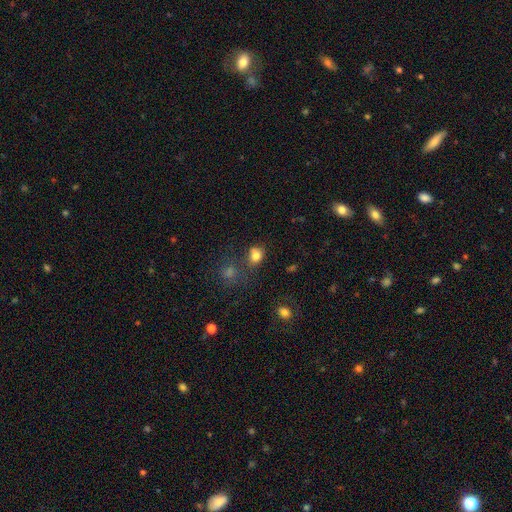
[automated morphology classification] Overall: smooth (80%). How rounded: round (55%; in between 44%). Merging: none (58%; minor disturbance 19%).